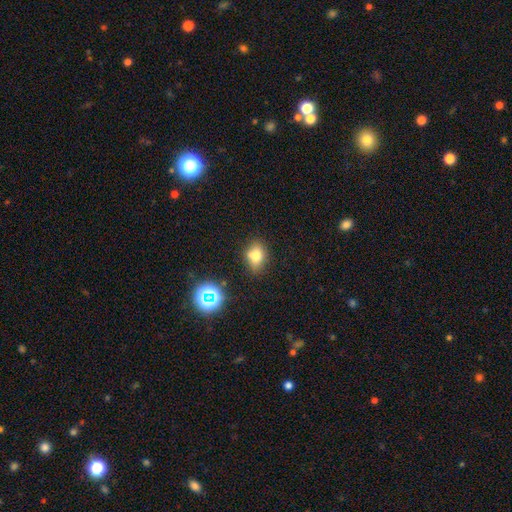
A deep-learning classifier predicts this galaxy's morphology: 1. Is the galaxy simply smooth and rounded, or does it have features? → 72% smooth, 16% star or artifact, 12% featured or disk.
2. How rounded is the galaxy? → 60% in between, 39% round, 2% cigar-shaped.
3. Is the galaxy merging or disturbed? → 69% none, 21% minor disturbance, 5% merger, 5% major disturbance.